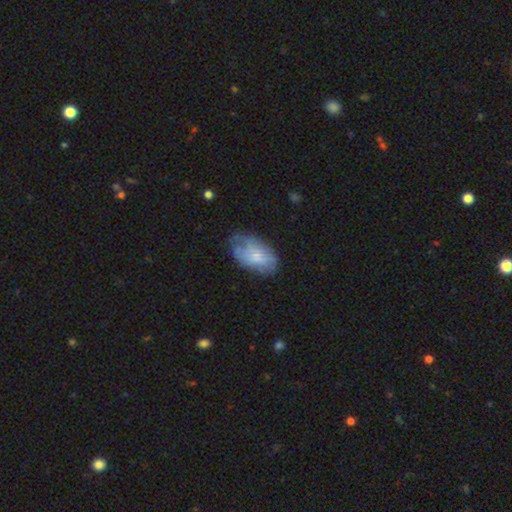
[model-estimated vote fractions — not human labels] Overall: smooth (64%; featured or disk 30%). How rounded: in between (92%). Merging: none (48%; minor disturbance 34%).